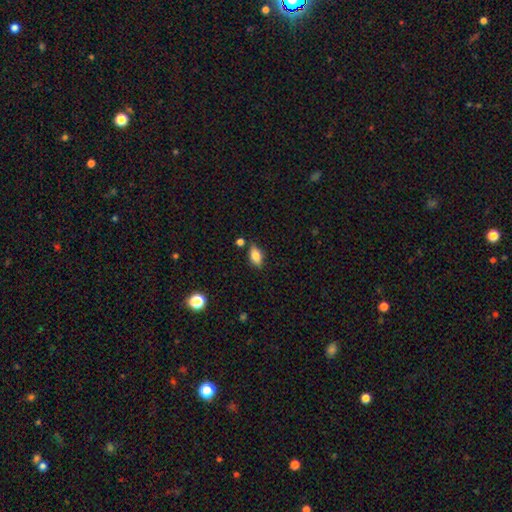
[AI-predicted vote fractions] smooth-or-featured: smooth: 75% | featured or disk: 16% | star or artifact: 9%
  how-rounded: in between: 86% | cigar-shaped: 8% | round: 5%
  merging: none: 77% | minor disturbance: 14% | merger: 6% | major disturbance: 3%